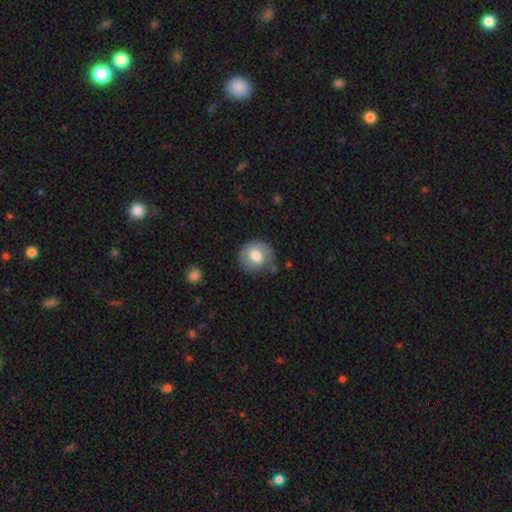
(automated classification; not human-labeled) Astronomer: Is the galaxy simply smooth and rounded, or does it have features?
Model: smooth — 69%.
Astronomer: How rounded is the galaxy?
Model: round — 82%.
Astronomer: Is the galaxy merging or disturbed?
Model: none — 71%.